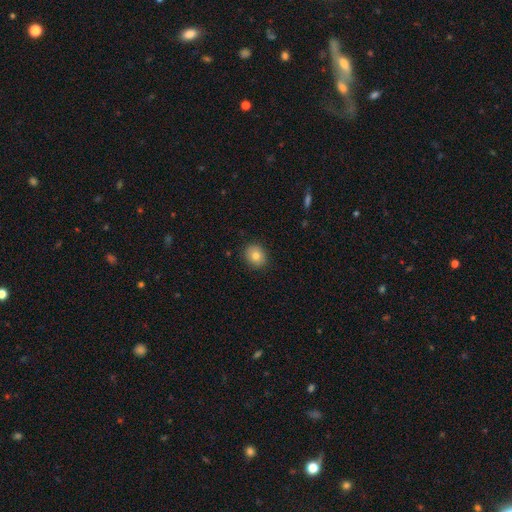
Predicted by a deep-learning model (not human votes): A smooth galaxy with no disk features (79%) that is round (69%). Merging: none (89%).